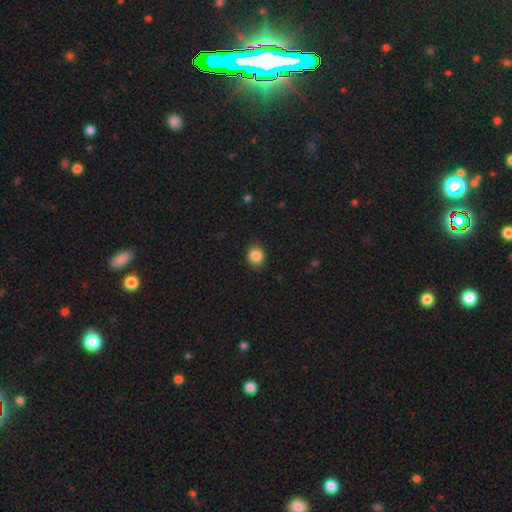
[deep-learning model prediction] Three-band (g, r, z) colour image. It shows a smooth galaxy with no disk features (86%) that is round (83%). Merging: none (88%).